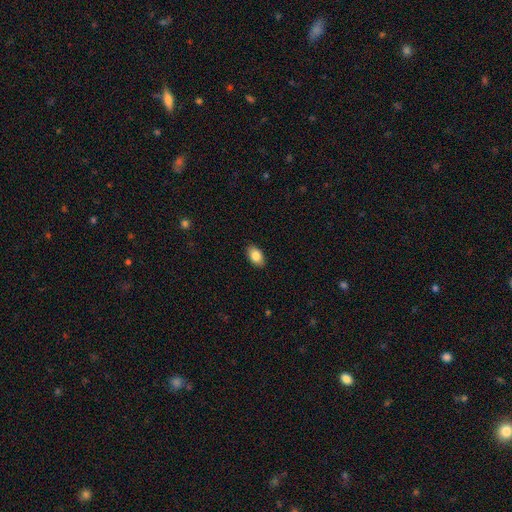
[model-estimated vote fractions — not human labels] Q: Smooth or featured?
A: smooth (85%); runner-up: featured or disk (7%)
Q: How rounded?
A: in between (91%); runner-up: round (7%)
Q: Merging?
A: none (89%); runner-up: minor disturbance (9%)